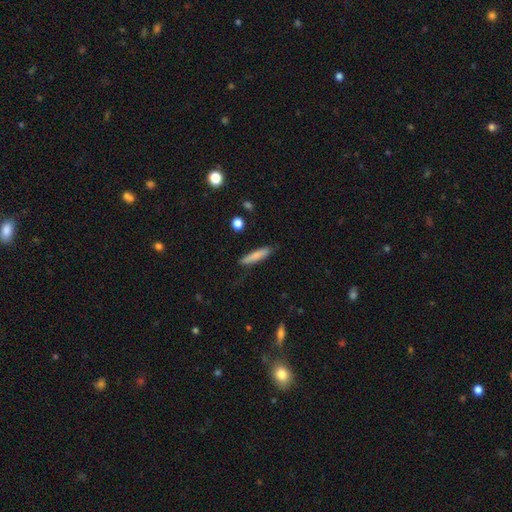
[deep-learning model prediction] A smooth galaxy with no disk features (80%) that is cigar-shaped (87%).

Vote fractions:
- Smooth or featured? smooth: 80% / featured or disk: 13% / star or artifact: 6%
- How rounded? cigar-shaped: 87% / in between: 12% / round: 1%
- Merging? none: 83% / minor disturbance: 13% / major disturbance: 3% / merger: 2%